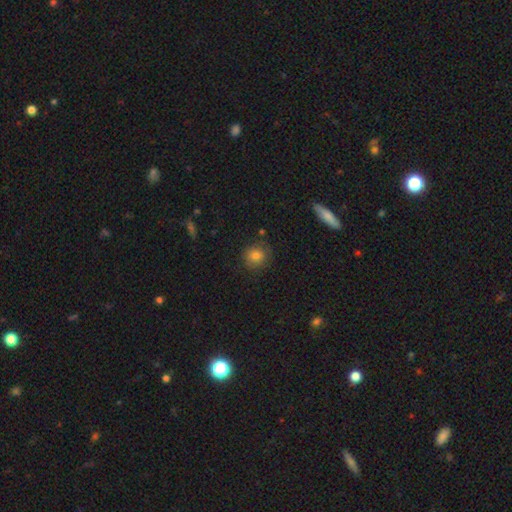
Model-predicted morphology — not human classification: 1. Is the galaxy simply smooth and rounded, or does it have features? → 77% smooth, 11% star or artifact, 11% featured or disk.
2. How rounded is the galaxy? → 84% round, 15% in between, 1% cigar-shaped.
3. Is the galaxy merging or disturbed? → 79% none, 15% minor disturbance, 4% major disturbance, 2% merger.